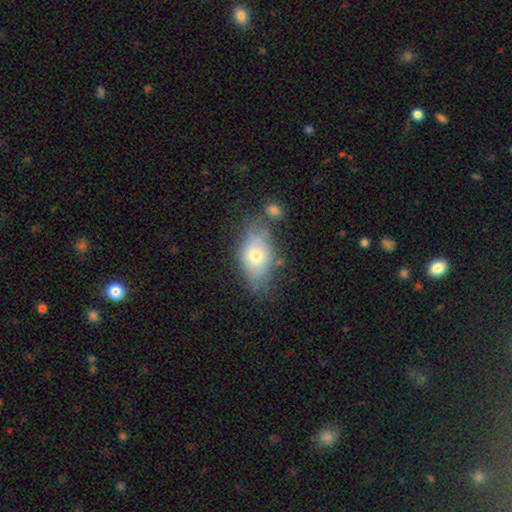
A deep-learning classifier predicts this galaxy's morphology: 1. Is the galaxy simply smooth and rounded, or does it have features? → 69% smooth, 23% featured or disk, 8% star or artifact.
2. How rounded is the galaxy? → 87% in between, 8% round, 5% cigar-shaped.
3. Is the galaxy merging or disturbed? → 65% none, 21% minor disturbance, 8% merger, 6% major disturbance.